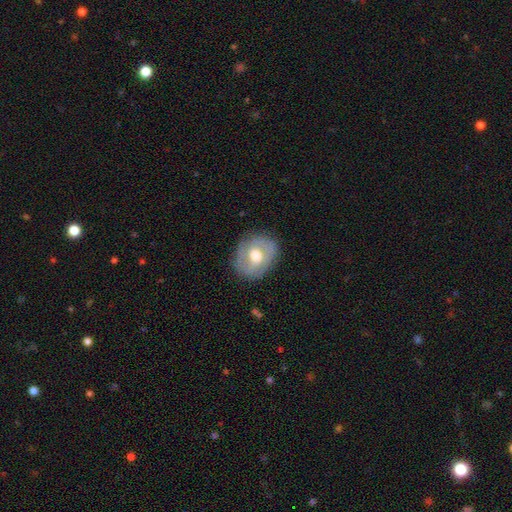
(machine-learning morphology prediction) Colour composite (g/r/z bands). It shows a featured or disk galaxy (54%) with no bar (55%), spiral arms (54%) and a moderate central bulge (75%). Merging: none (78%).